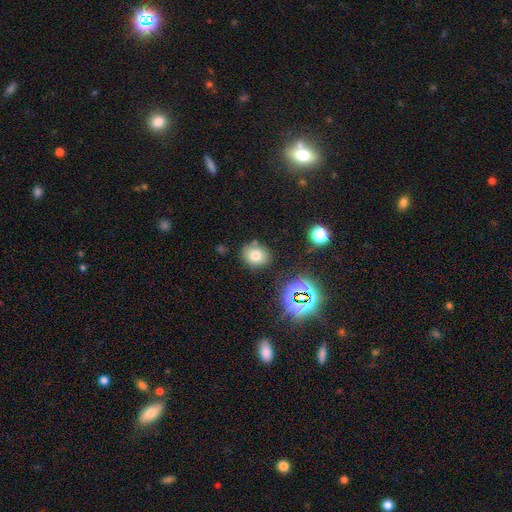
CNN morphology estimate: smooth-or-featured: smooth: 72% | star or artifact: 18% | featured or disk: 10%
  how-rounded: round: 70% | in between: 29% | cigar-shaped: 1%
  merging: none: 80% | minor disturbance: 12% | merger: 5% | major disturbance: 3%